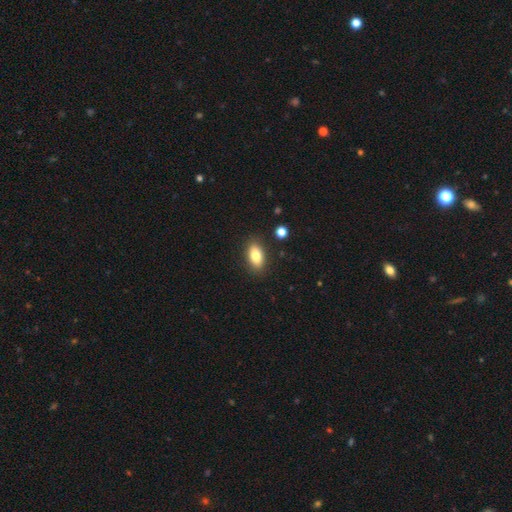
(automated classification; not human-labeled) The model was most divided on "smooth or featured": smooth: 82%, featured or disk: 10%, star or artifact: 8%. More confident: how rounded — in between (89%); merging — none (87%).